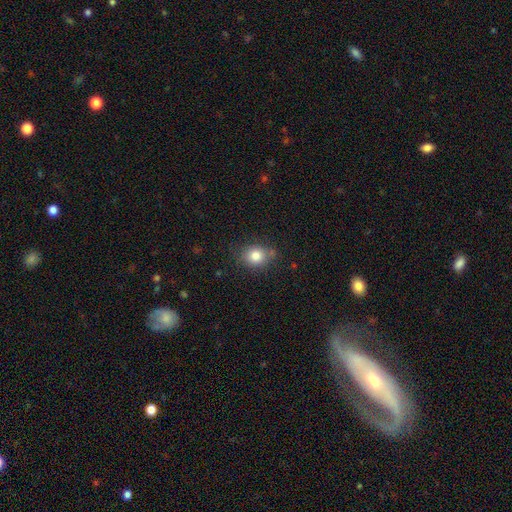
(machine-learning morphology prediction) Smooth or featured? smooth (81%)
How rounded? round (65%)
Merging? none (75%)